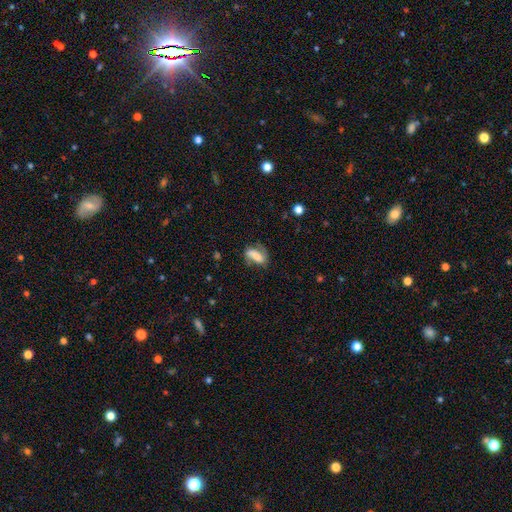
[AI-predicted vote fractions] A smooth galaxy with no disk features (57%) that is in between round and cigar-shaped (81%).

Vote fractions:
- Smooth or featured? smooth: 57% / featured or disk: 34% / star or artifact: 9%
- How rounded? in between: 81% / cigar-shaped: 12% / round: 7%
- Merging? none: 50% / minor disturbance: 28% / major disturbance: 18% / merger: 4%